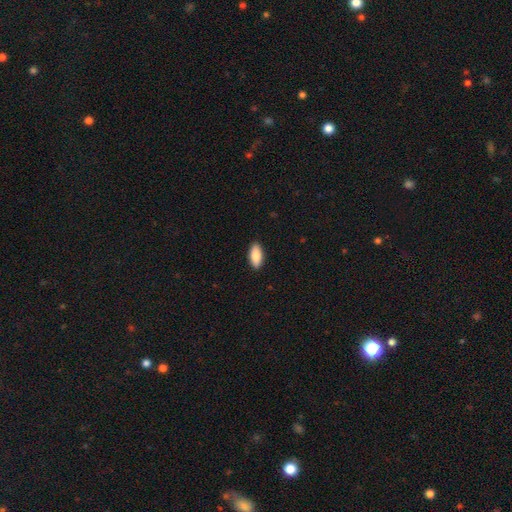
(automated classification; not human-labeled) smooth-or-featured: smooth: 86% | featured or disk: 9% | star or artifact: 6%
  how-rounded: in between: 88% | cigar-shaped: 10% | round: 2%
  merging: none: 90% | minor disturbance: 7% | major disturbance: 2% | merger: 1%